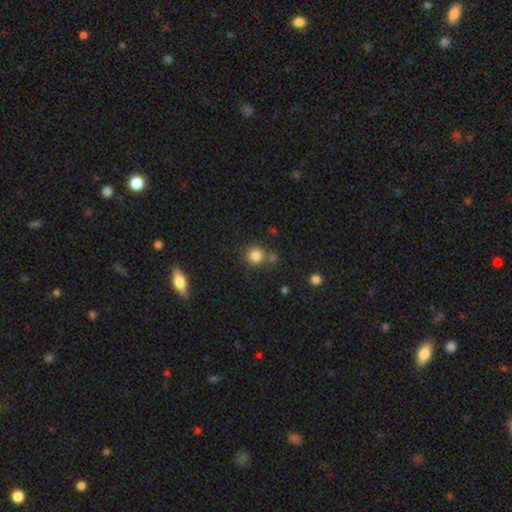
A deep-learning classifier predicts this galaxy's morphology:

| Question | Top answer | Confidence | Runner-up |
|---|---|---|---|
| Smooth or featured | smooth | 83% | star or artifact (12%) |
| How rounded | round | 91% | in between (8%) |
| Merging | none | 70% | merger (16%) |